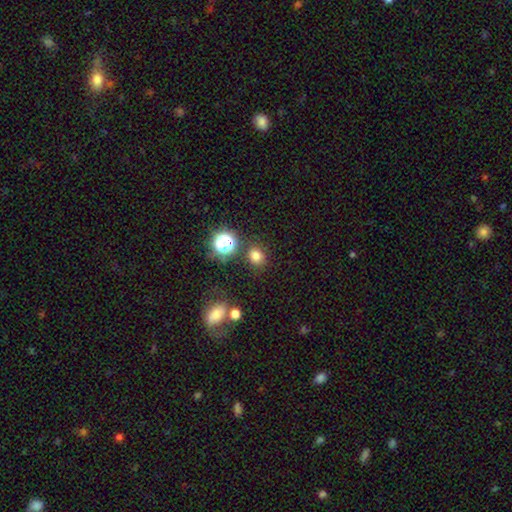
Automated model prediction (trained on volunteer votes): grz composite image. It shows a smooth galaxy with no disk features (75%) that is round (74%). Merging: none (83%).